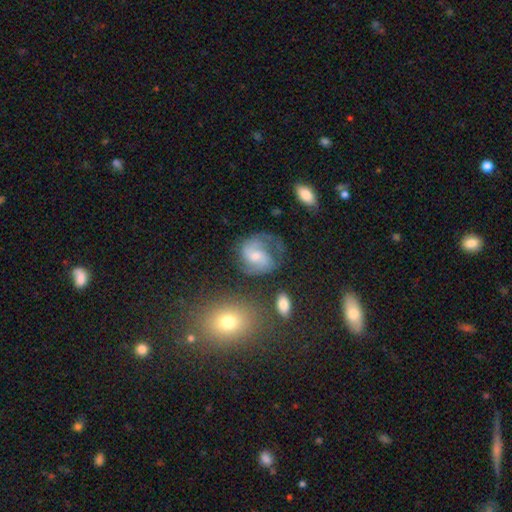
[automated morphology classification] smooth_or_featured: featured or disk (p=0.70) [alt: smooth p=0.21]
disk_edge_on: no (p=0.97) [alt: yes p=0.03]
bar: no (p=0.47) [alt: weak p=0.42]
has_spiral_arms: yes (p=0.91) [alt: no p=0.09]
spiral_winding: medium (p=0.48) [alt: loose p=0.28]
spiral_arm_count: 2 (p=0.69) [alt: can't tell p=0.12]
bulge_size: moderate (p=0.45) [alt: small p=0.44]
merging: none (p=0.50) [alt: major disturbance p=0.22]